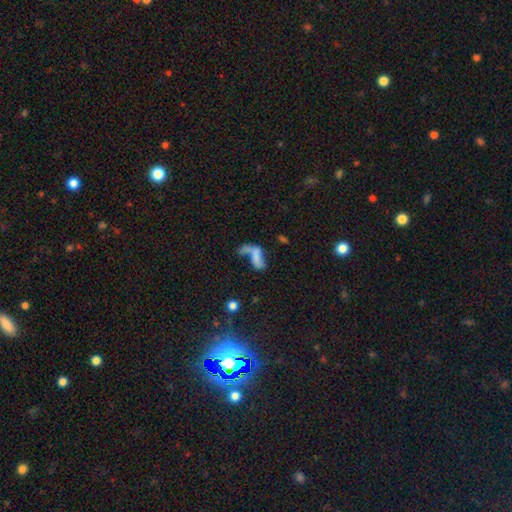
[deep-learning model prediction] smooth 50%, featured or disk 35%, star or artifact 15%. Down the decision tree: merging — merger (42%).